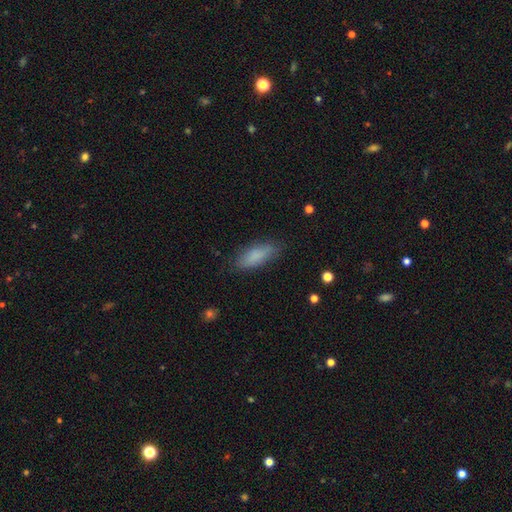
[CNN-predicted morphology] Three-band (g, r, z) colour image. It shows a smooth galaxy with no disk features (83%) that is in between round and cigar-shaped (67%). Merging: none (78%).